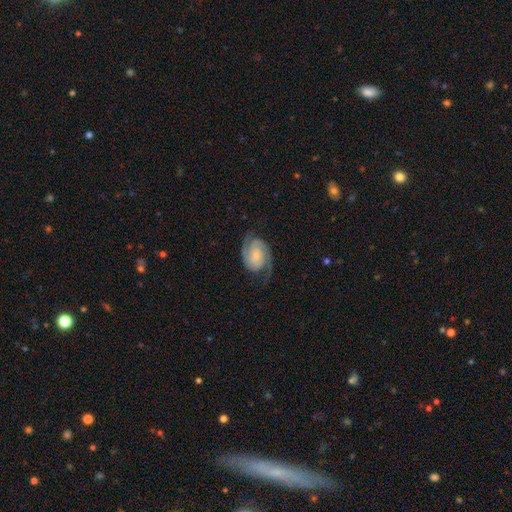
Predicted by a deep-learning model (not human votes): This appears to be a featured or disk galaxy (84%) with no bar (62%), 2 (90%) medium (45%) spiral arms (97%) and a small central bulge (55%). Merging: none (73%).